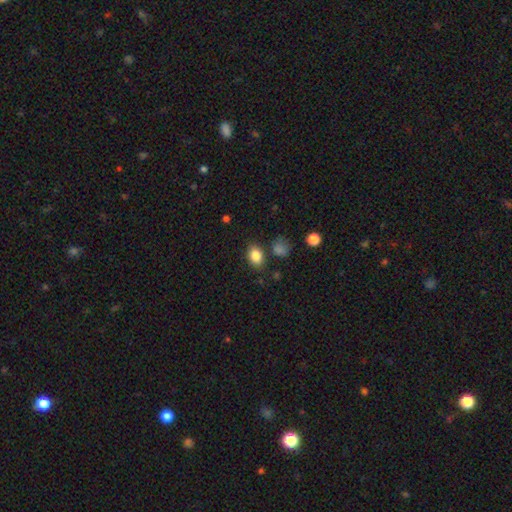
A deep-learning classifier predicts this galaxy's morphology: type=smooth (84%); roundness=in between (70%); merging=none (78%).